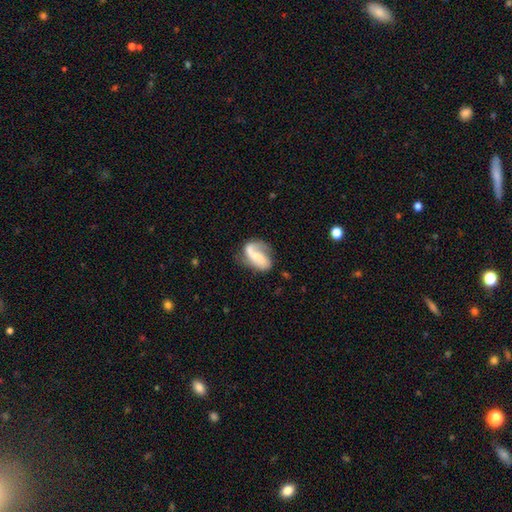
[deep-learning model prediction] smooth-or-featured: featured or disk: 67% | smooth: 27% | star or artifact: 6%
  disk-edge-on: no: 96% | yes: 4%
    bar: no: 39% | weak: 34% | strong: 27%
    has-spiral-arms: yes: 88% | no: 12%
      spiral-winding: loose: 53% | medium: 33% | tight: 14%
      spiral-arm-count: 2: 64% | 1: 28% | can't tell: 6% | 3: 1% | 4: 1% | more than 4: 1%
    bulge-size: small: 48% | moderate: 26% | none: 19% | large: 5% | dominant: 2%
  merging: none: 48% | minor disturbance: 27% | major disturbance: 20% | merger: 4%